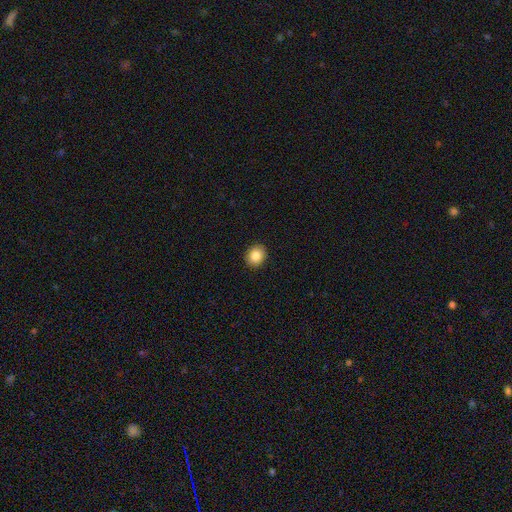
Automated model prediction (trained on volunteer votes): Smooth or featured?
  - smooth: 85% *
  - star or artifact: 9%
  - featured or disk: 6%
How rounded?
  - round: 68% *
  - in between: 31%
  - cigar-shaped: 1%
Merging?
  - none: 91% *
  - minor disturbance: 6%
  - major disturbance: 2%
  - merger: 1%